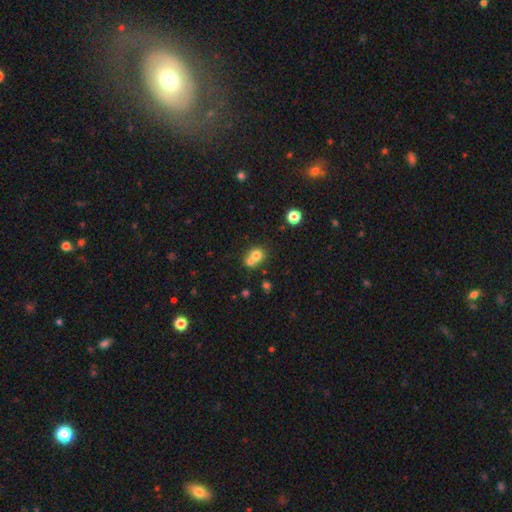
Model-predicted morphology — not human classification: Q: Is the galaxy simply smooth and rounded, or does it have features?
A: smooth — 72%.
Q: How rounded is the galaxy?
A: round — 72%.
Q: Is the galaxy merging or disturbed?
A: merger — 56%.